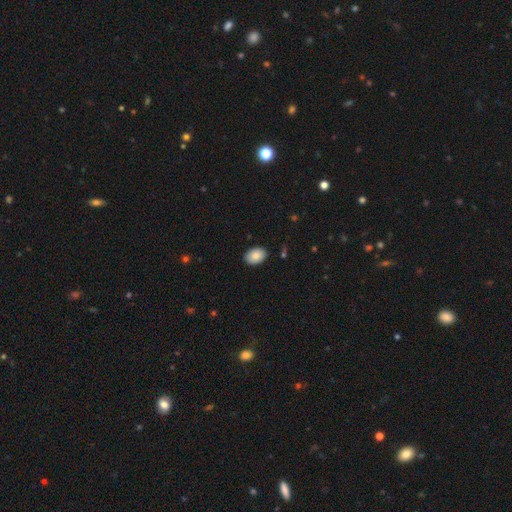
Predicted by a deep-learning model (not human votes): Smooth or featured: smooth — 85% (featured or disk — 8%)
How rounded: in between — 85% (round — 14%)
Merging: none — 87% (minor disturbance — 9%)